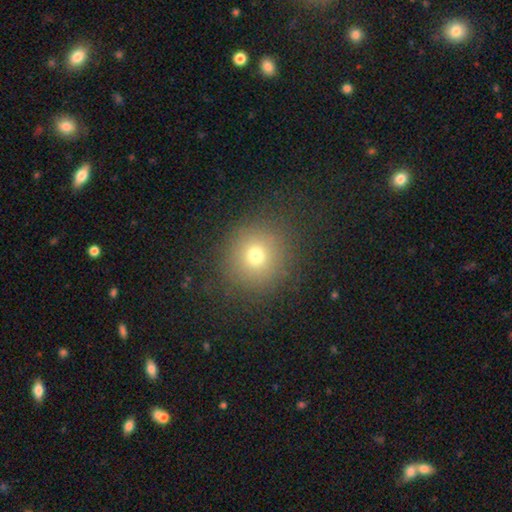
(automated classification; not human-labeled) Smooth or featured: smooth — 71% (star or artifact — 19%)
How rounded: round — 93% (in between — 6%)
Merging: none — 87% (minor disturbance — 8%)